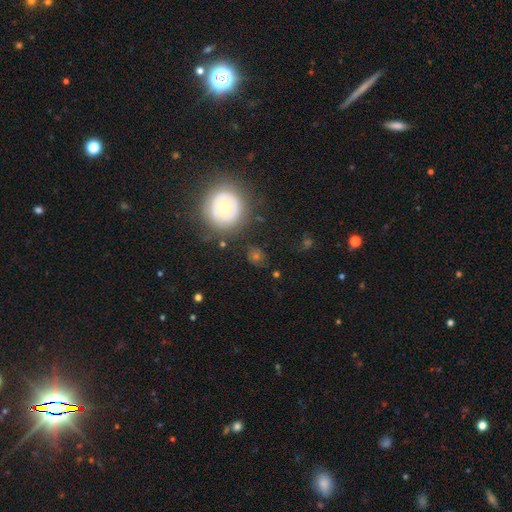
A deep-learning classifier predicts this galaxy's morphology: Smooth or featured? smooth (49%)
Merging? none (79%)